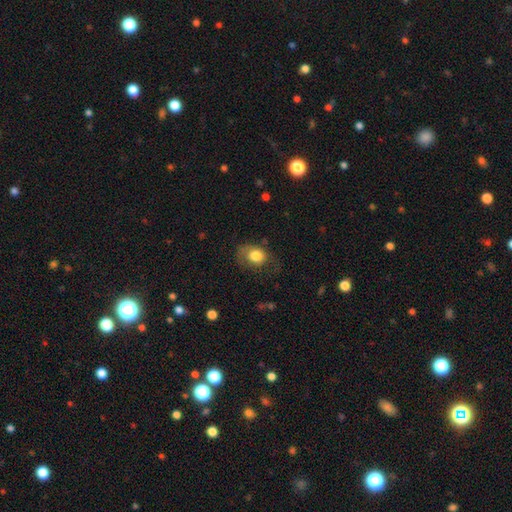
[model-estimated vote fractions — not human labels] Smooth or featured? Predicted: smooth (p=0.77). How rounded? Predicted: in between (p=0.51). Merging? Predicted: none (p=0.46).